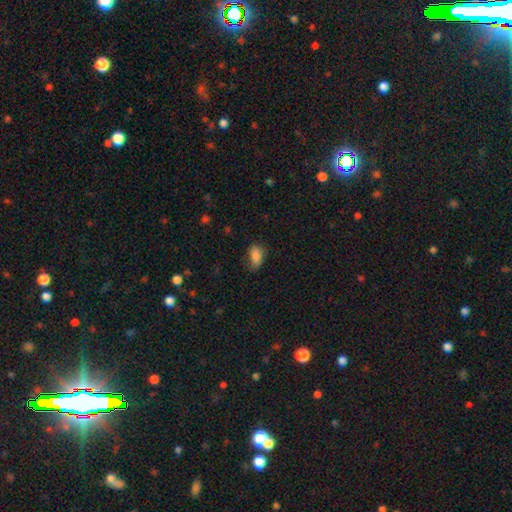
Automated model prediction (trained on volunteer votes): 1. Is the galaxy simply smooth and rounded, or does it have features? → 84% smooth, 9% star or artifact, 7% featured or disk.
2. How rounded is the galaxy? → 89% in between, 6% round, 5% cigar-shaped.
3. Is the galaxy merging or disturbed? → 65% none, 26% minor disturbance, 7% major disturbance, 1% merger.